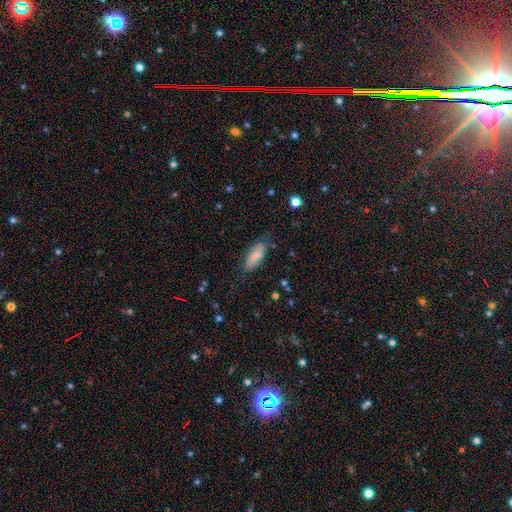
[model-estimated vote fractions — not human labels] This is likely a smooth galaxy (79%). How rounded: likely in between (71%). Merging: likely none (74%).